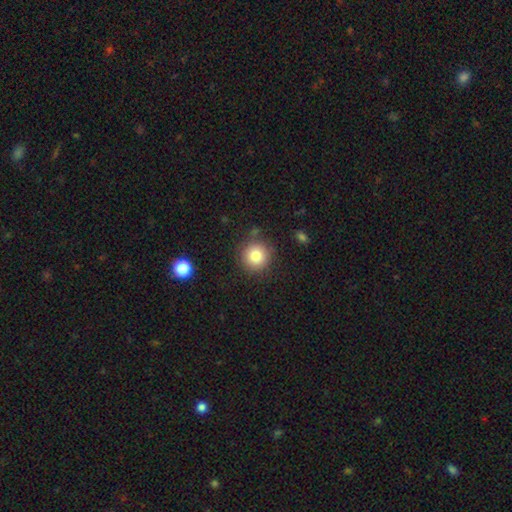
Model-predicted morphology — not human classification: type=smooth (82%); roundness=round (94%); merging=none (84%).